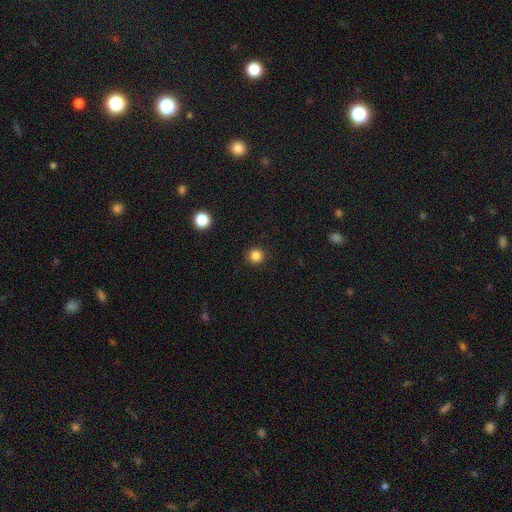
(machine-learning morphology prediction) type=smooth (84%); roundness=round (95%); merging=none (92%).